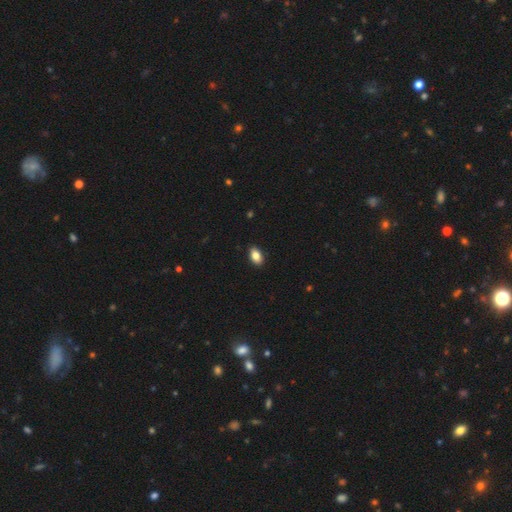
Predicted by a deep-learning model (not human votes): Smooth or featured? smooth (84%)
How rounded? in between (91%)
Merging? none (89%)